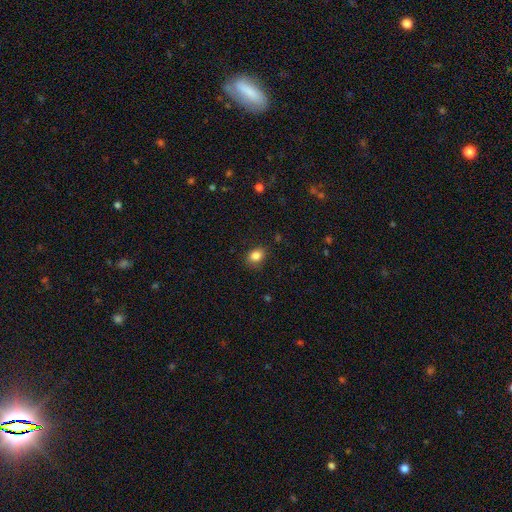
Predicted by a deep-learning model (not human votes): This is clearly a smooth galaxy (85%). How rounded: likely in between (60%). Merging: clearly none (82%).